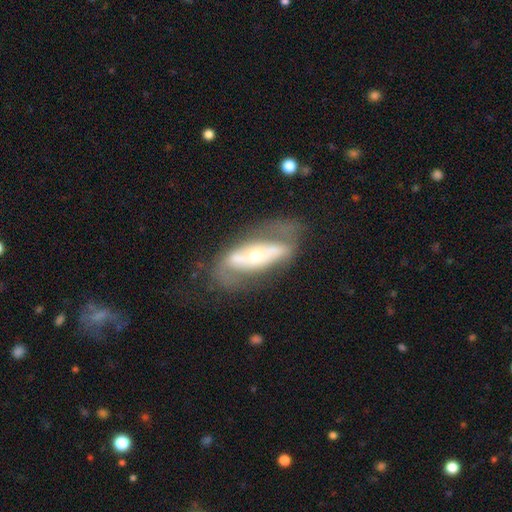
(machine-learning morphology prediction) Overall: featured or disk (71%). Edge-on disk: no (82%). Bar: no (49%; strong 33%). Spiral arms: yes (53%; no 47%). Bulge size: small (50%; moderate 41%). Merging: none (49%; major disturbance 25%).